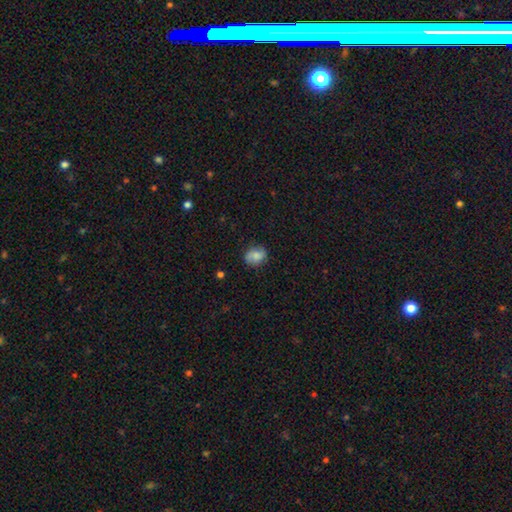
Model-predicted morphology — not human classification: Smooth or featured? Predicted: smooth (p=0.72). How rounded? Predicted: round (p=0.50). Merging? Predicted: none (p=0.77).